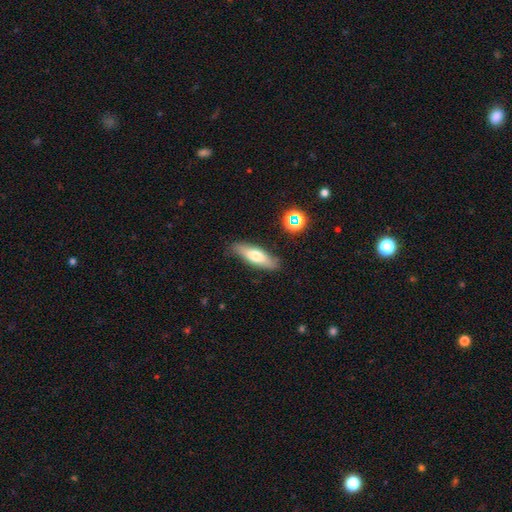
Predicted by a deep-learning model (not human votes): Overall: smooth (64%; featured or disk 29%). How rounded: cigar-shaped (56%; in between 42%). Merging: none (83%).